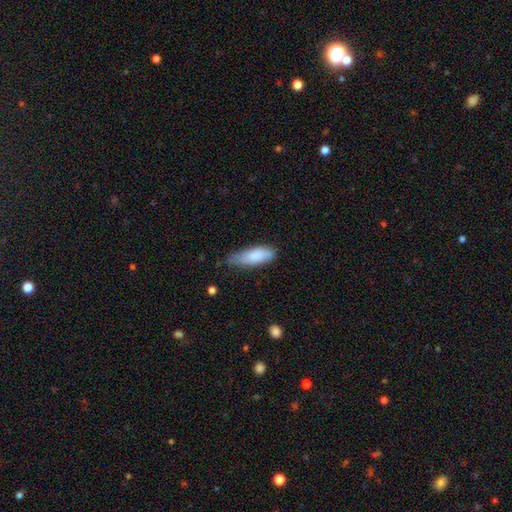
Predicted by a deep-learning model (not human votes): smooth 84%, featured or disk 11%, star or artifact 6%. Down the decision tree: how rounded — in between (65%); merging — none (51%).